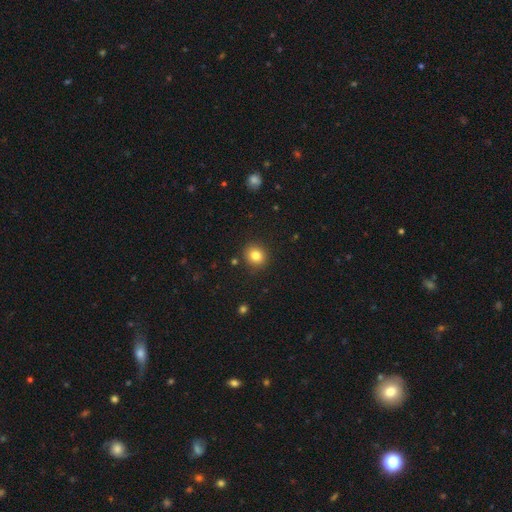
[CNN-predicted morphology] A smooth galaxy with no disk features (82%) that is round (82%).

Vote fractions:
- Smooth or featured? smooth: 82% / star or artifact: 11% / featured or disk: 7%
- How rounded? round: 82% / in between: 17% / cigar-shaped: 1%
- Merging? none: 89% / minor disturbance: 7% / major disturbance: 2% / merger: 2%